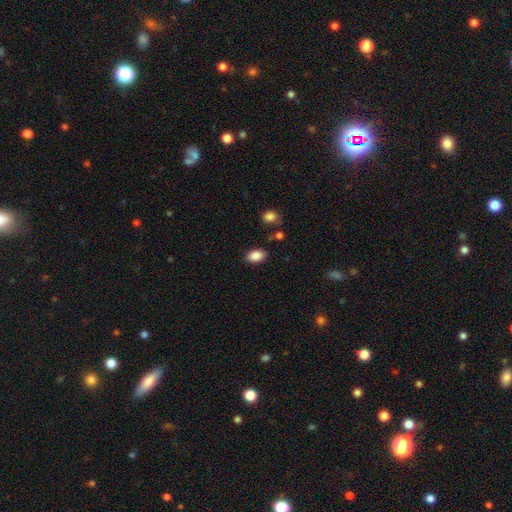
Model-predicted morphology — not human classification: This is clearly a smooth galaxy (87%). How rounded: clearly in between (87%). Merging: clearly none (83%).